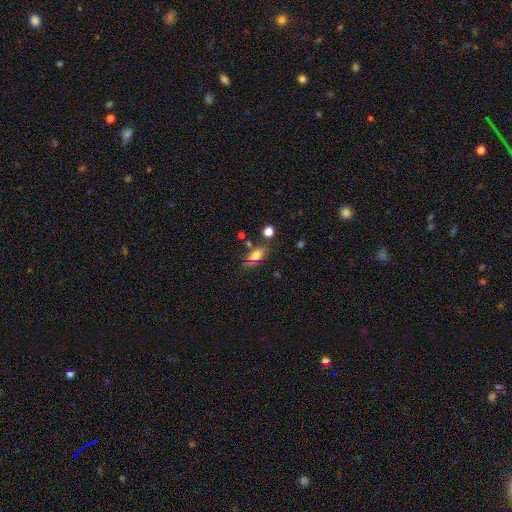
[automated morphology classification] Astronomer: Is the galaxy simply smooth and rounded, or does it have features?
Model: smooth — 64%.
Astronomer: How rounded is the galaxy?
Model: in between — 74%.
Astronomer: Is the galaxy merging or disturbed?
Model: none — 66%.